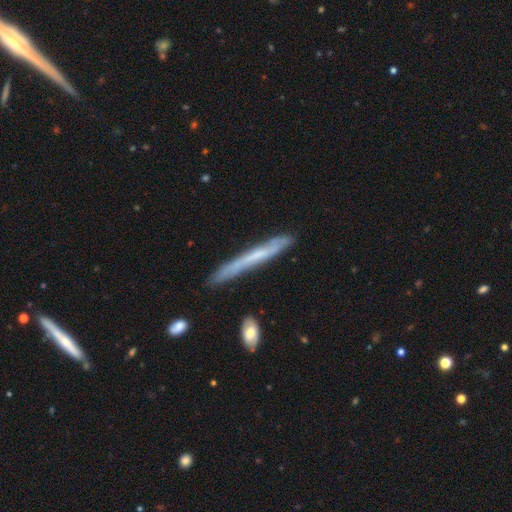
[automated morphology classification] smooth-or-featured: featured or disk: 52% | smooth: 41% | star or artifact: 7%
  disk-edge-on: yes: 87% | no: 13%
  merging: none: 76% | minor disturbance: 18% | major disturbance: 4% | merger: 3%